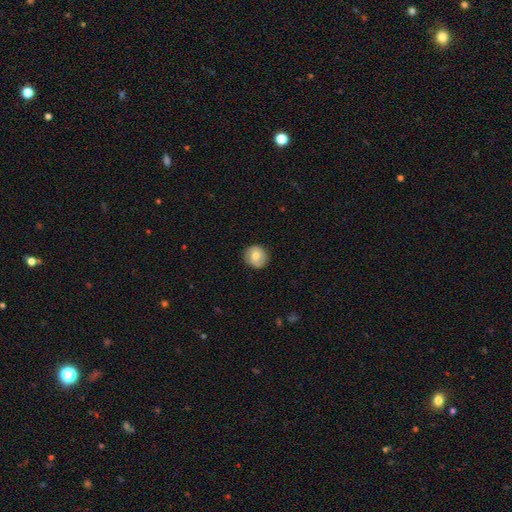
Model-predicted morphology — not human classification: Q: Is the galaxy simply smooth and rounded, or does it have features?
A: smooth — 67%.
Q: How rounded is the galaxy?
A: round — 89%.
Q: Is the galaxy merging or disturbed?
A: none — 85%.